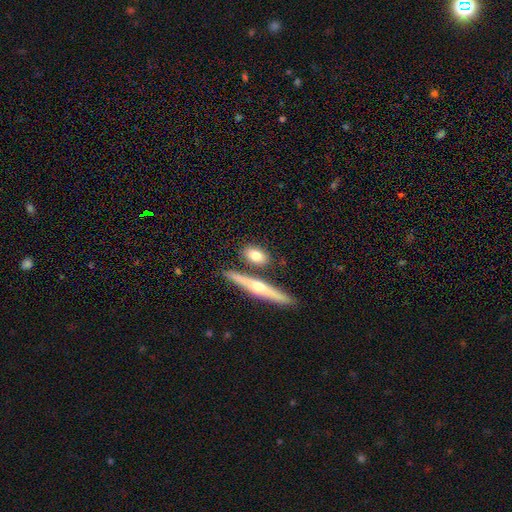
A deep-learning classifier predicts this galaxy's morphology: The model was most divided on "smooth or featured": smooth: 70%, featured or disk: 24%, star or artifact: 6%. More confident: merging — none (73%); how rounded — in between (65%).